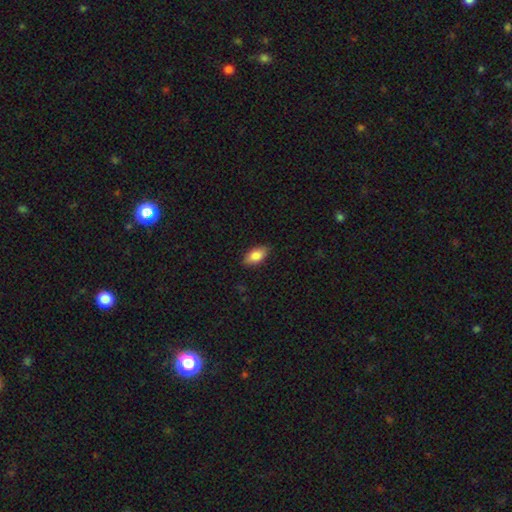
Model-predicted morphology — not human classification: This appears to be a smooth galaxy with no disk features (82%) that is in between round and cigar-shaped (89%). Merging: none (85%).